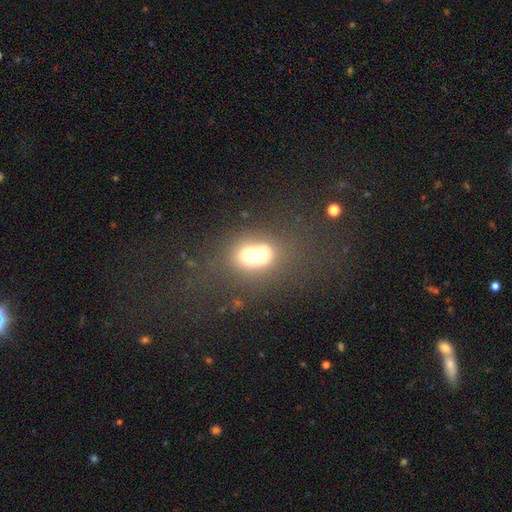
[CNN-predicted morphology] smooth 59%, featured or disk 29%, star or artifact 13%. Down the decision tree: how rounded — round (50%); merging — merger (67%).